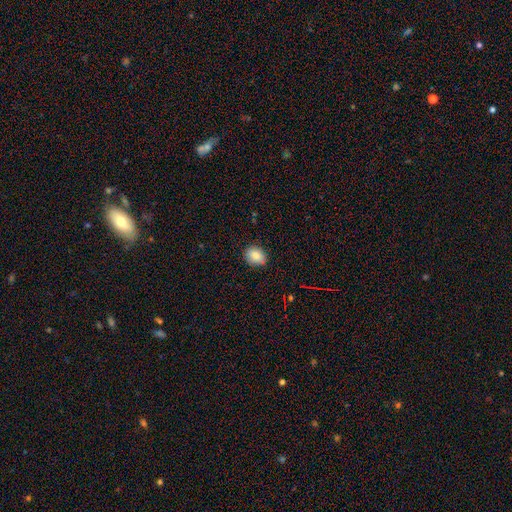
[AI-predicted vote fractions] A smooth galaxy with no disk features (83%) that is round (51%).

Vote fractions:
- Smooth or featured? smooth: 83% / star or artifact: 9% / featured or disk: 8%
- How rounded? round: 51% / in between: 48% / cigar-shaped: 1%
- Merging? none: 84% / minor disturbance: 13% / major disturbance: 2% / merger: 1%